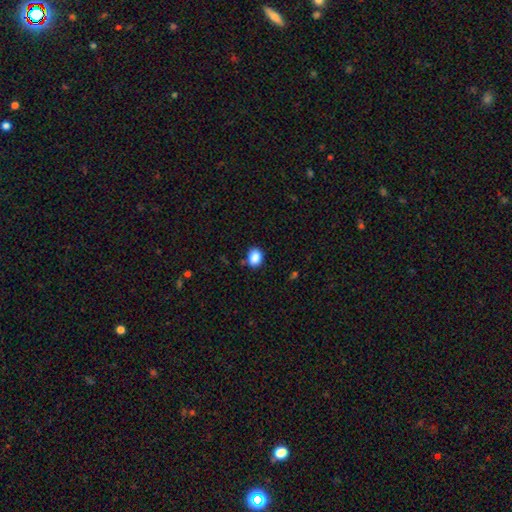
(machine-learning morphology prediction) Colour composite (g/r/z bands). It shows a smooth galaxy with no disk features (88%) that is in between round and cigar-shaped (51%). Merging: none (80%).